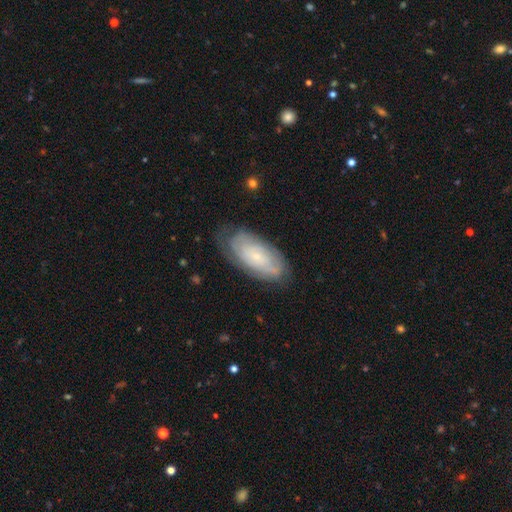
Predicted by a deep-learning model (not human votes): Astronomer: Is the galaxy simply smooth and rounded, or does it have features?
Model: featured or disk — 51% (runner-up: smooth, 38%).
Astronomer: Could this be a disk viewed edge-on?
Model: no — 88%.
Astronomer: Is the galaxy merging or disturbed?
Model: none — 77%.